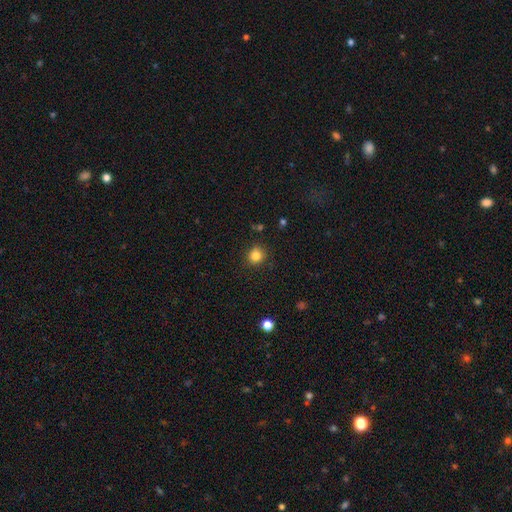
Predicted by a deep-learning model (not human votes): Smooth or featured? Predicted: smooth (p=0.83). How rounded? Predicted: round (p=0.87). Merging? Predicted: none (p=0.89).